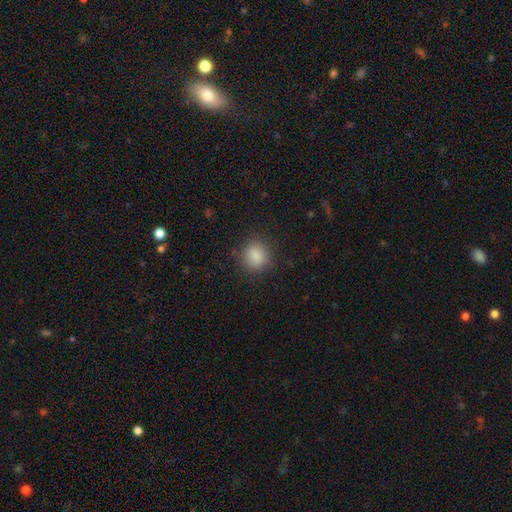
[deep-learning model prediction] This appears to be a smooth galaxy with no disk features (87%) that is round (82%). Merging: none (85%).